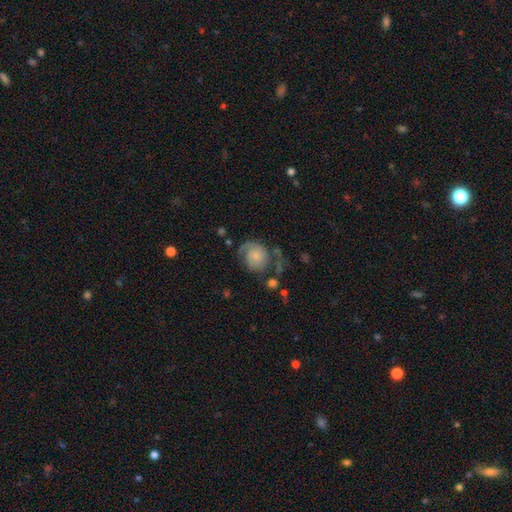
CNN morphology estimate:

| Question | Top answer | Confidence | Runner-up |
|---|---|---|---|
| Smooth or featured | featured or disk | 60% | smooth (33%) |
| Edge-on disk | no | 98% | yes (2%) |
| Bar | no | 76% | weak (21%) |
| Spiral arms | yes | 88% | no (12%) |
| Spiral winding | tight | 39% | medium (36%) |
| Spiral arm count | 2 | 45% | 1 (39%) |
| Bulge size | small | 55% | moderate (22%) |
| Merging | none | 43% | major disturbance (28%) |